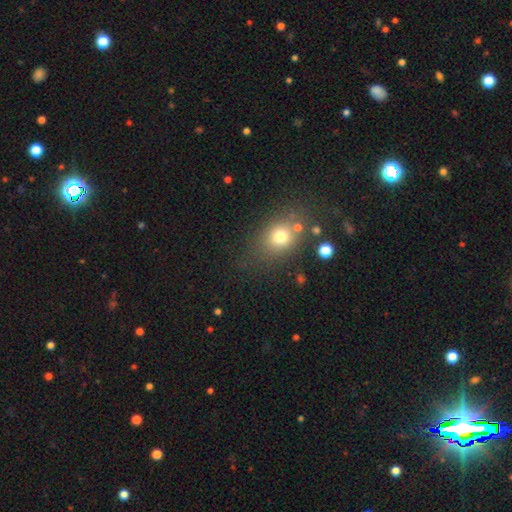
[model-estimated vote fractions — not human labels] Morphology: type=smooth (62%); roundness=round (52%); merging=none (75%).